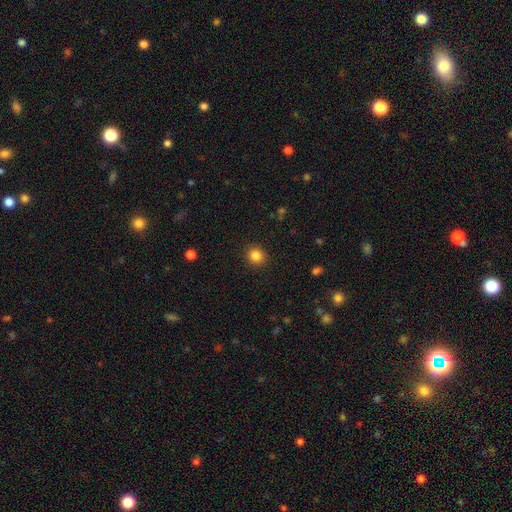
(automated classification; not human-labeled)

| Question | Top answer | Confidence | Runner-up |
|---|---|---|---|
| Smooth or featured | smooth | 84% | star or artifact (11%) |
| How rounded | round | 86% | in between (13%) |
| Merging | none | 91% | minor disturbance (6%) |